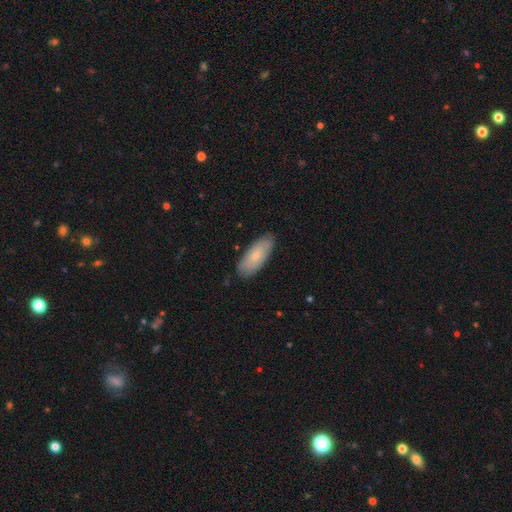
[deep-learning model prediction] A smooth galaxy with no disk features (73%) that is in between round and cigar-shaped (81%).

Vote fractions:
- Smooth or featured? smooth: 73% / featured or disk: 21% / star or artifact: 6%
- How rounded? in between: 81% / cigar-shaped: 17% / round: 2%
- Merging? none: 84% / minor disturbance: 13% / major disturbance: 2% / merger: 1%